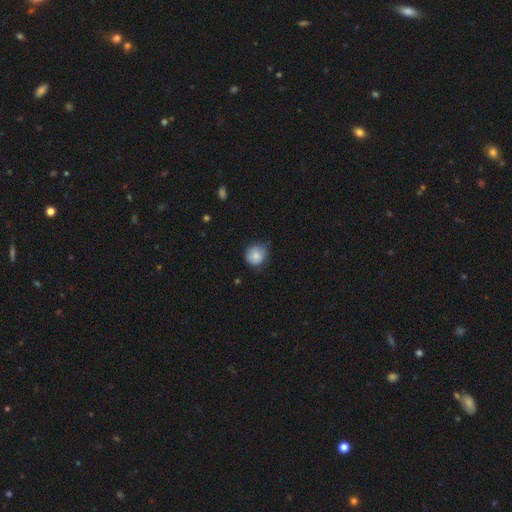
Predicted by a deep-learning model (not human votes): The model was most divided on "merging": none: 59%, minor disturbance: 34%, major disturbance: 6%, merger: 1%. More confident: smooth or featured — smooth (82%); how rounded — round (82%).